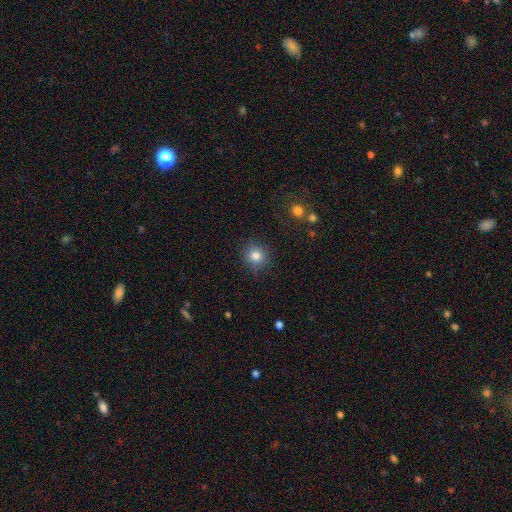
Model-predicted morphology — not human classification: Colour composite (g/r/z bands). It shows a smooth galaxy with no disk features (82%) that is round (90%). Merging: none (87%).